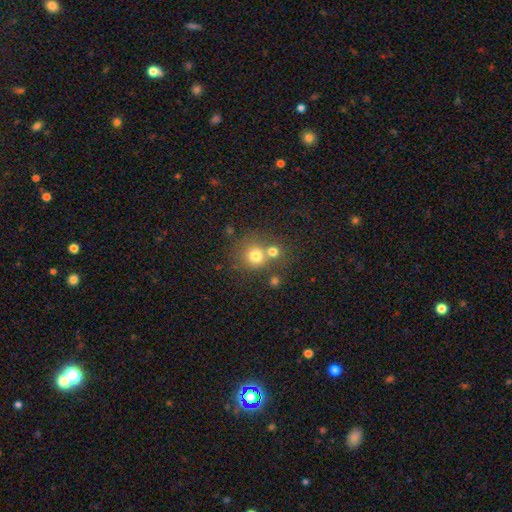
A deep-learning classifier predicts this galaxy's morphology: Smooth or featured? Predicted: smooth (p=0.74). How rounded? Predicted: round (p=0.89). Merging? Predicted: none (p=0.55).